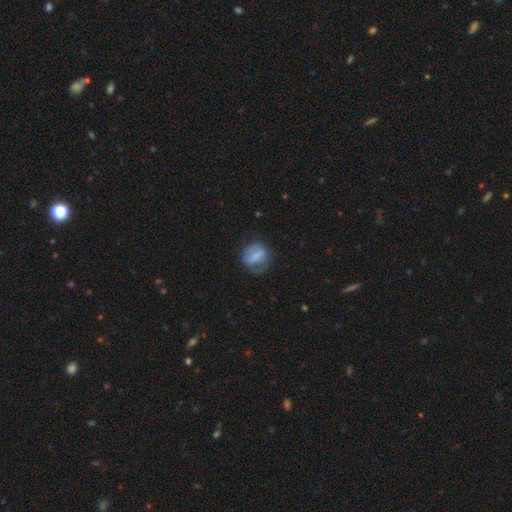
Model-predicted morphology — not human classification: smooth 53%, featured or disk 38%, star or artifact 9%. Down the decision tree: how rounded — round (55%); merging — none (62%).